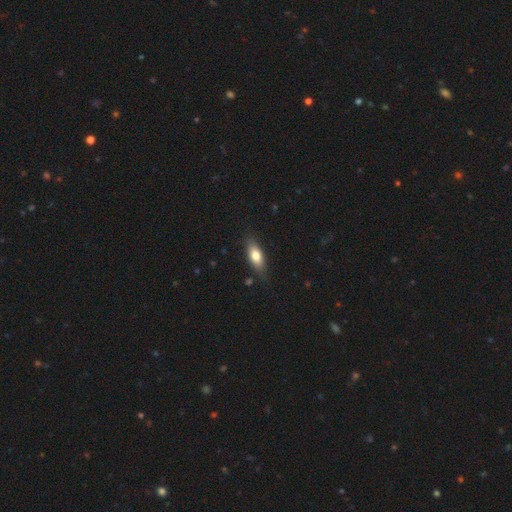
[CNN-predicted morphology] type=smooth (75%); roundness=in between (76%); merging=none (81%).